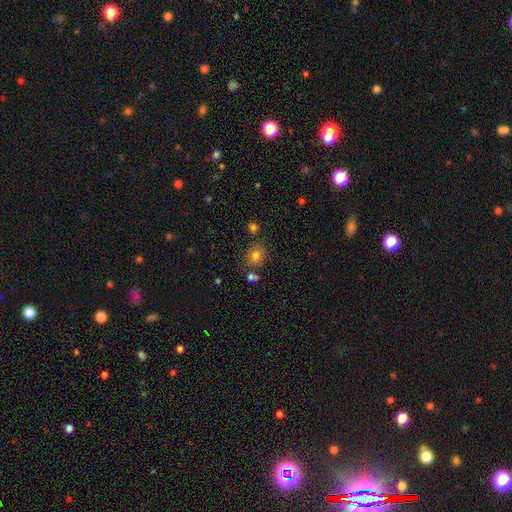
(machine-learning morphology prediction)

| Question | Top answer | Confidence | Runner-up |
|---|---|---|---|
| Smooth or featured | smooth | 79% | star or artifact (13%) |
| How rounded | round | 67% | in between (33%) |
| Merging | none | 71% | minor disturbance (14%) |